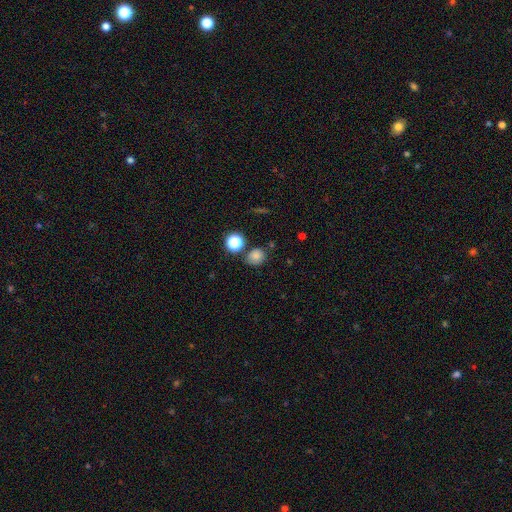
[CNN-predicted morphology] Smooth or featured?
  - smooth: 79% *
  - star or artifact: 16%
  - featured or disk: 5%
How rounded?
  - round: 73% *
  - in between: 26%
  - cigar-shaped: 1%
Merging?
  - none: 75% *
  - minor disturbance: 12%
  - merger: 10%
  - major disturbance: 4%